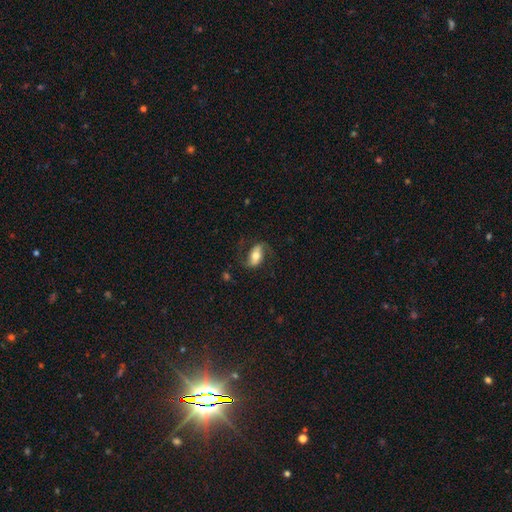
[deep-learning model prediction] Smooth or featured? featured or disk (60%)
Edge-on disk? no (91%)
Bar? strong (38%)
Spiral arms? yes (87%)
Bulge size? moderate (61%)
Merging? none (69%)